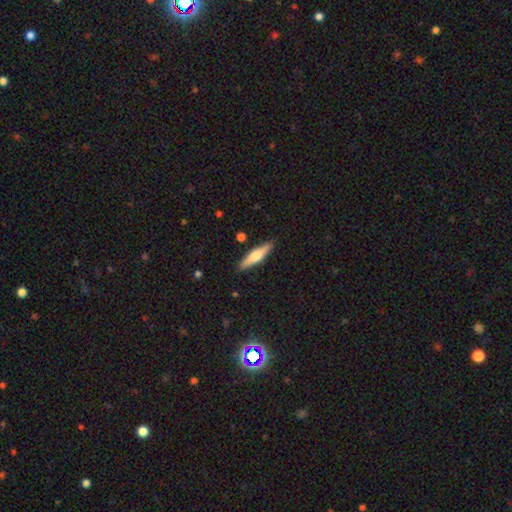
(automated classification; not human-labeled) Smooth or featured? smooth (49%)
Merging? none (89%)